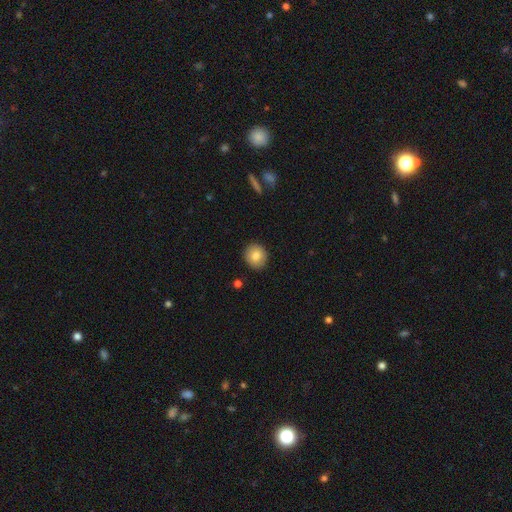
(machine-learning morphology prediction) type=smooth (82%); roundness=round (84%); merging=none (90%).